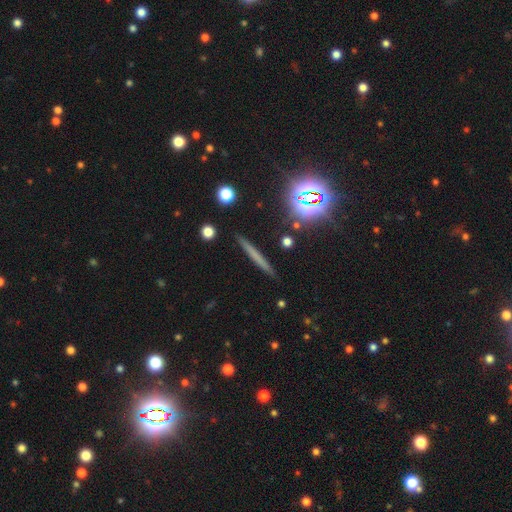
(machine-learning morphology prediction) Smooth or featured? Predicted: smooth (p=0.50). How rounded? Predicted: cigar-shaped (p=0.93). Merging? Predicted: none (p=0.90).